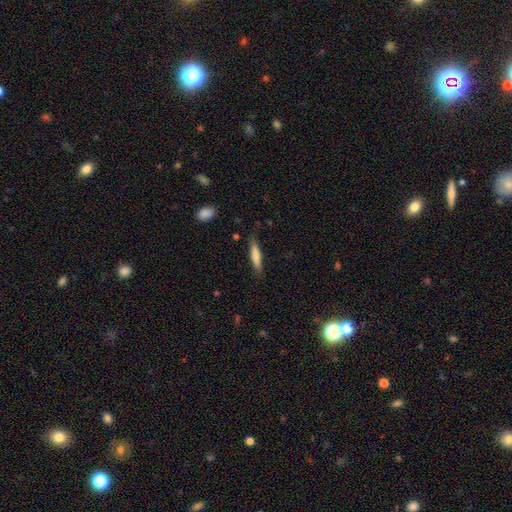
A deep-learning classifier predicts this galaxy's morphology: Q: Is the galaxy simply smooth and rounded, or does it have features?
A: smooth — 76%.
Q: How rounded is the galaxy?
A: cigar-shaped — 87%.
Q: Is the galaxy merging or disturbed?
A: none — 82%.